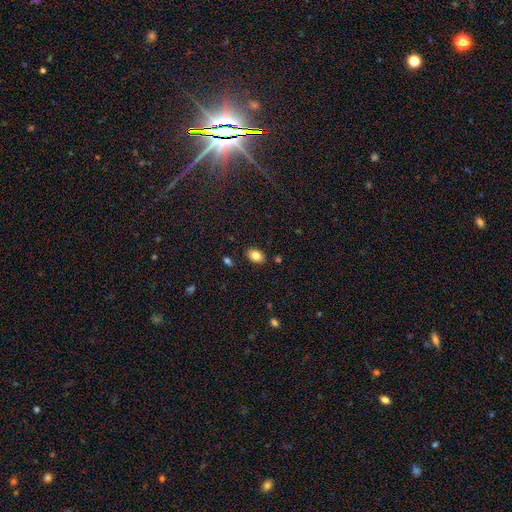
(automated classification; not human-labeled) smooth_or_featured: smooth (p=0.82) [alt: featured or disk p=0.09]
how_rounded: in between (p=0.87) [alt: round p=0.12]
merging: none (p=0.86) [alt: minor disturbance p=0.10]